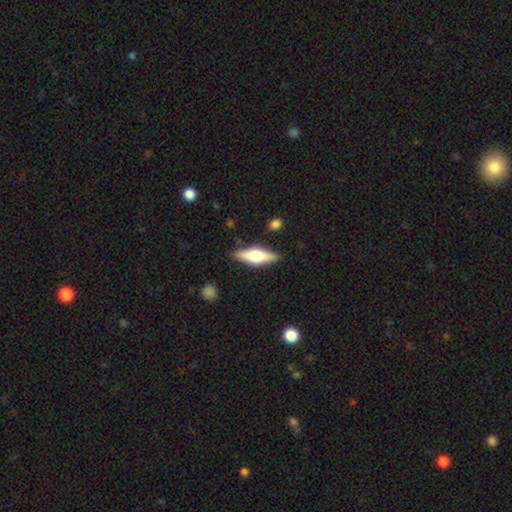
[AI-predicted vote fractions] Smooth or featured?
  - featured or disk: 54% *
  - smooth: 40%
  - star or artifact: 6%
Edge-on disk?
  - yes: 94% *
  - no: 6%
Edge-on bulge?
  - rounded: 90% *
  - boxy: 7%
  - none: 2%
Merging?
  - none: 86% *
  - minor disturbance: 10%
  - major disturbance: 2%
  - merger: 2%